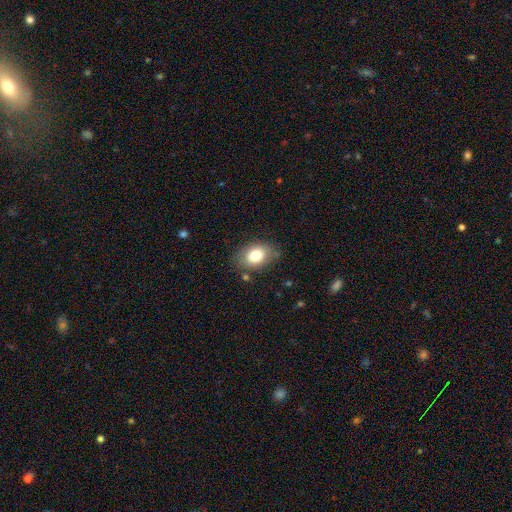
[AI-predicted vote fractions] A smooth galaxy with no disk features (78%) that is in between round and cigar-shaped (77%). Merging: none (77%).